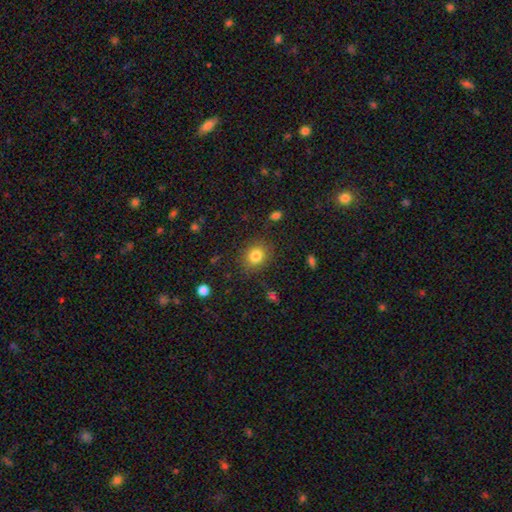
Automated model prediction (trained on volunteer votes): smooth 82%, star or artifact 11%, featured or disk 7%. Down the decision tree: how rounded — round (65%); merging — none (84%).